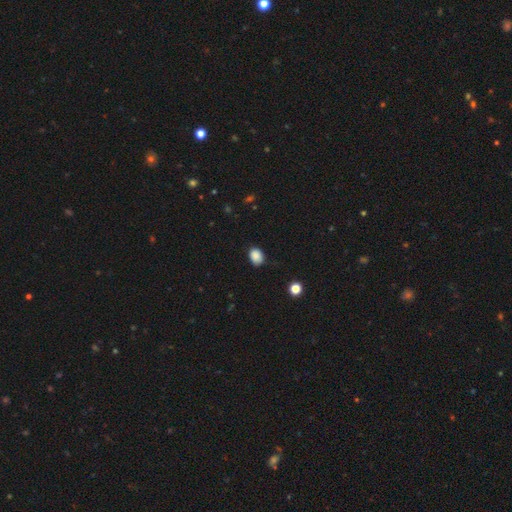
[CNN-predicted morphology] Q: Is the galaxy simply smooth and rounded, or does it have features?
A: smooth — 87%.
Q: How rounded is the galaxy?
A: in between — 65%.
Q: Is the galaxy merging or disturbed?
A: none — 79%.